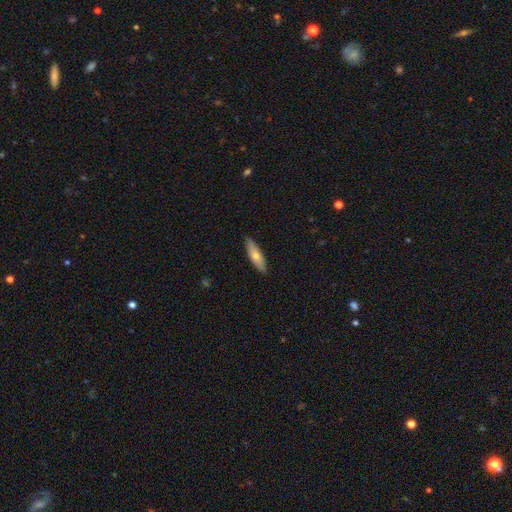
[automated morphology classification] Q: Smooth or featured?
A: smooth (59%); runner-up: featured or disk (34%)
Q: How rounded?
A: cigar-shaped (63%); runner-up: in between (35%)
Q: Merging?
A: none (89%); runner-up: minor disturbance (9%)